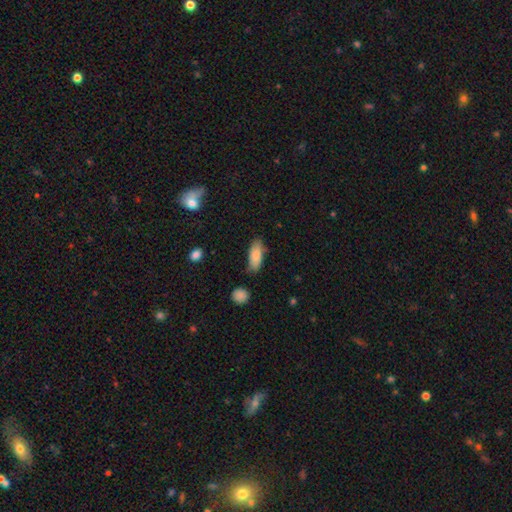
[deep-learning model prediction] A smooth galaxy with no disk features (85%) that is in between round and cigar-shaped (83%). Merging: none (72%).